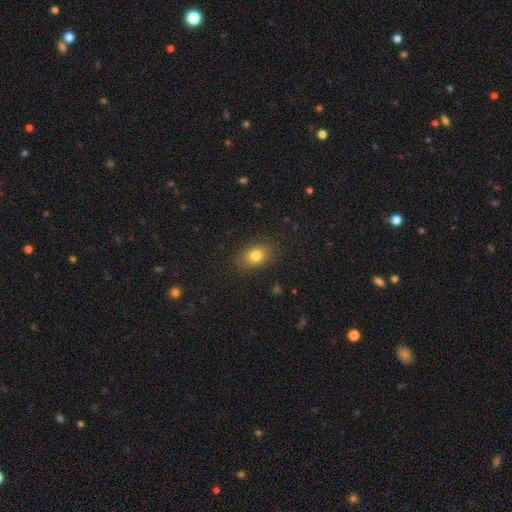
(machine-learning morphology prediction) The model was most divided on "how rounded": in between: 67%, round: 31%, cigar-shaped: 2%. More confident: merging — none (85%); smooth or featured — smooth (81%).